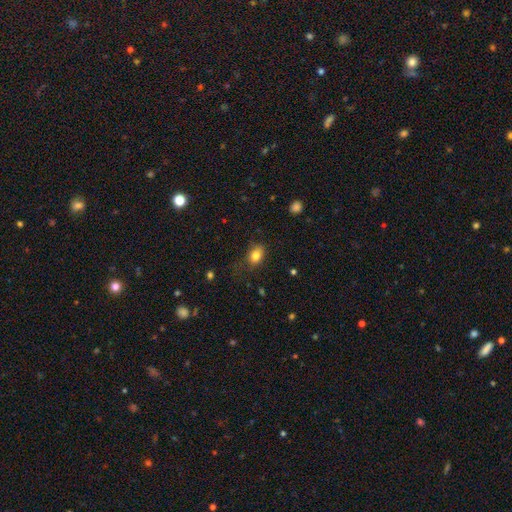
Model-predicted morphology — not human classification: Q: Smooth or featured?
A: smooth (81%); runner-up: star or artifact (11%)
Q: How rounded?
A: in between (65%); runner-up: round (34%)
Q: Merging?
A: none (69%); runner-up: minor disturbance (22%)